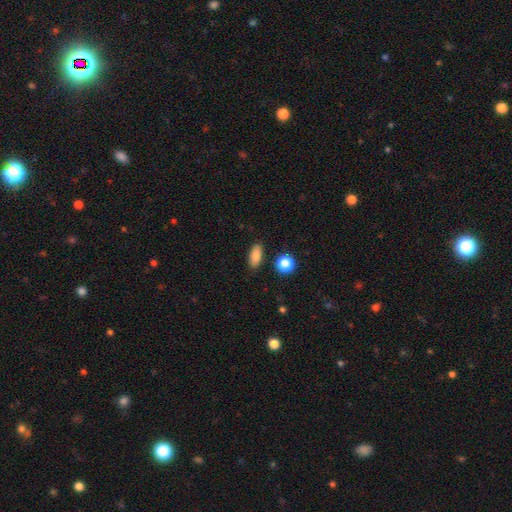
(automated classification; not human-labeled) Smooth or featured?
  - smooth: 84% *
  - star or artifact: 9%
  - featured or disk: 7%
How rounded?
  - in between: 81% *
  - cigar-shaped: 12%
  - round: 6%
Merging?
  - none: 87% *
  - minor disturbance: 9%
  - merger: 2%
  - major disturbance: 2%